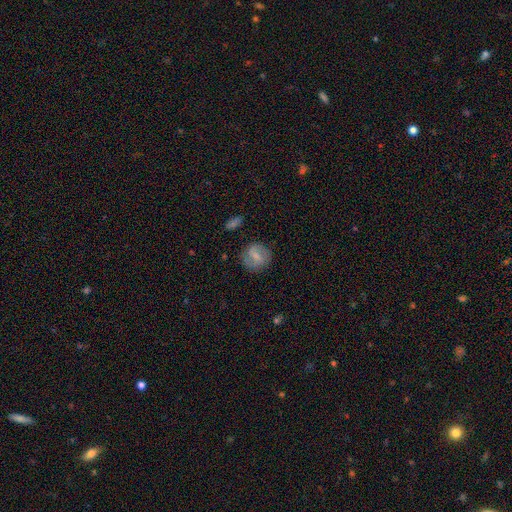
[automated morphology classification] type=featured or disk (51%); edge-on=no (97%); merging=none (79%).